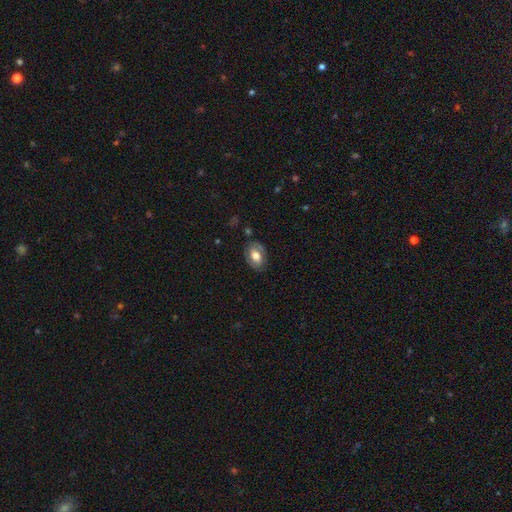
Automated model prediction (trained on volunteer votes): Smooth or featured?
  - smooth: 61% *
  - featured or disk: 31%
  - star or artifact: 7%
How rounded?
  - in between: 85% *
  - round: 13%
  - cigar-shaped: 1%
Merging?
  - none: 78% *
  - minor disturbance: 16%
  - major disturbance: 5%
  - merger: 2%